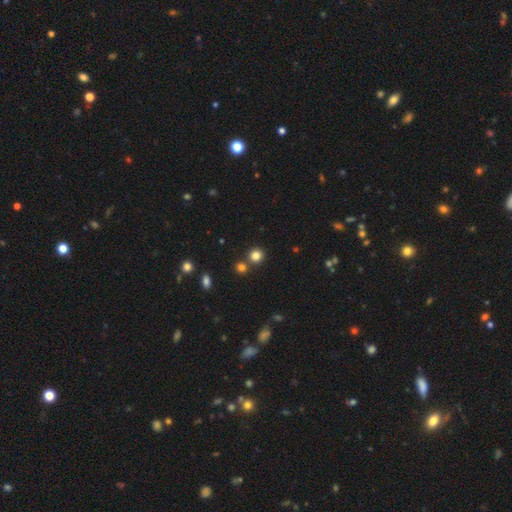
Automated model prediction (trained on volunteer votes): This appears to be a smooth galaxy with no disk features (81%) that is round (91%). Merging: none (77%).